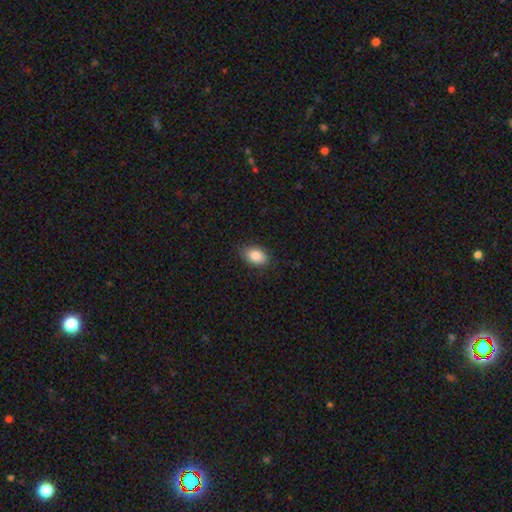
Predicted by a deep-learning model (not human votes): Smooth or featured? smooth (86%)
How rounded? in between (88%)
Merging? none (83%)